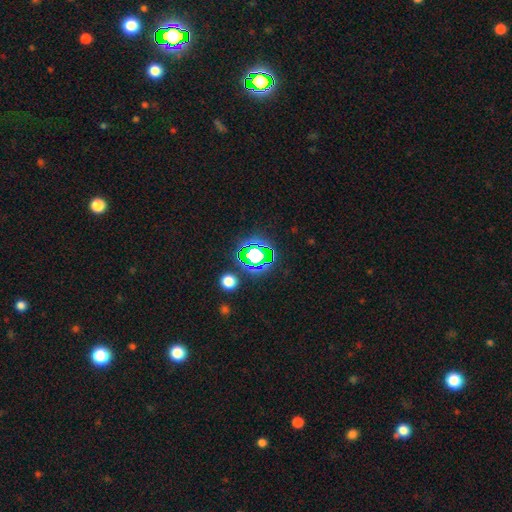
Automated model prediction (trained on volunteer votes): smooth-or-featured: star or artifact: 61% | smooth: 25% | featured or disk: 14%